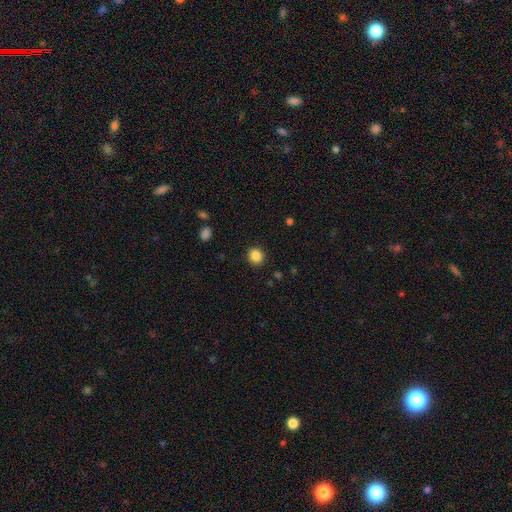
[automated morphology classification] This appears to be a smooth galaxy with no disk features (86%) that is round (86%). Merging: none (91%).